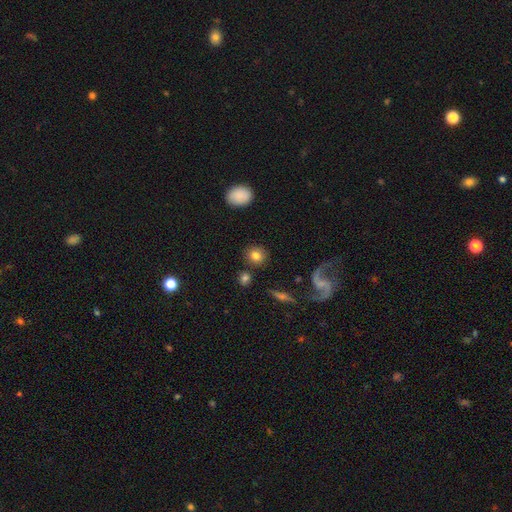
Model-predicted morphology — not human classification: A smooth galaxy with no disk features (79%) that is round (84%). Merging: none (85%).